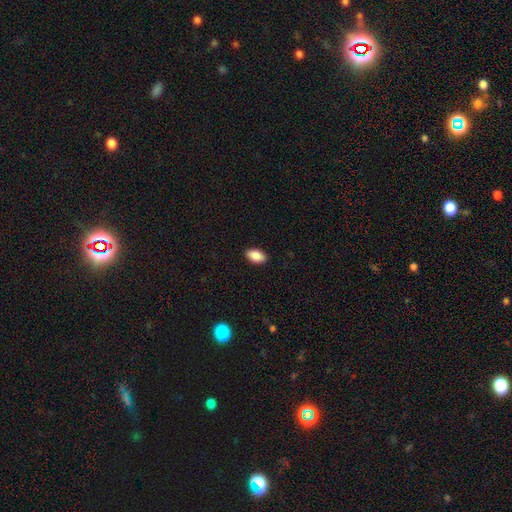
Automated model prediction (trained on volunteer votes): Smooth or featured? Predicted: smooth (p=0.89). How rounded? Predicted: in between (p=0.94). Merging? Predicted: none (p=0.90).